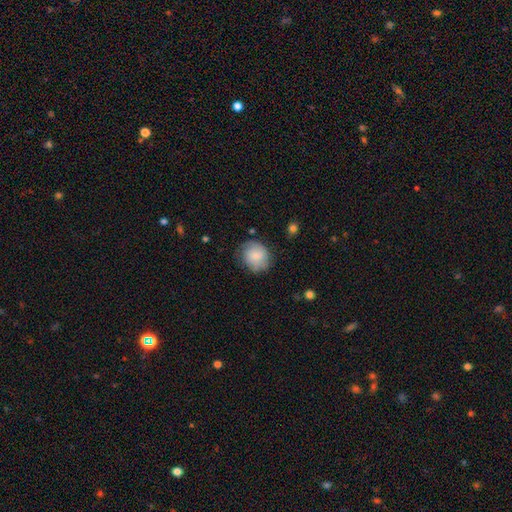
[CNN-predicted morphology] smooth-or-featured: smooth: 77% | featured or disk: 16% | star or artifact: 7%
  how-rounded: round: 75% | in between: 24% | cigar-shaped: 1%
  merging: none: 69% | minor disturbance: 22% | major disturbance: 7% | merger: 2%